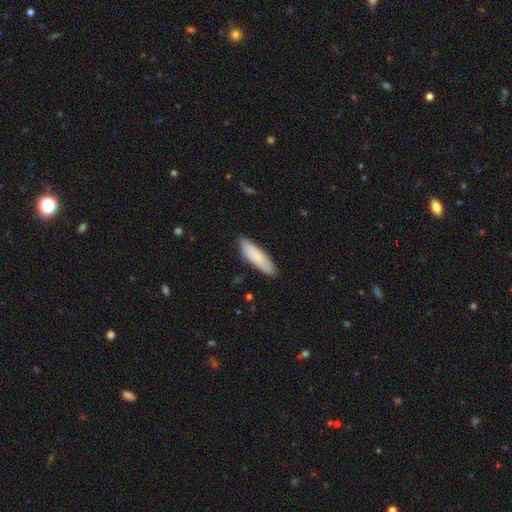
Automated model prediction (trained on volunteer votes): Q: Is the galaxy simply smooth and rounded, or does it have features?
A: smooth — 80%.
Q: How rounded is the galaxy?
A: cigar-shaped — 58%.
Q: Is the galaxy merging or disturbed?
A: none — 85%.